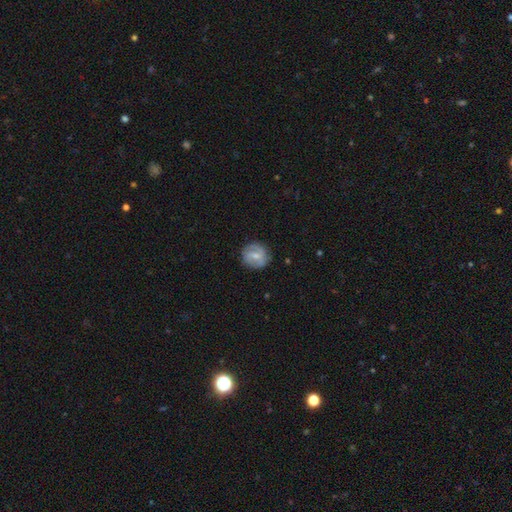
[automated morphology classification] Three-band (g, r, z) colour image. It shows a featured or disk galaxy (52%). Merging: none (79%).